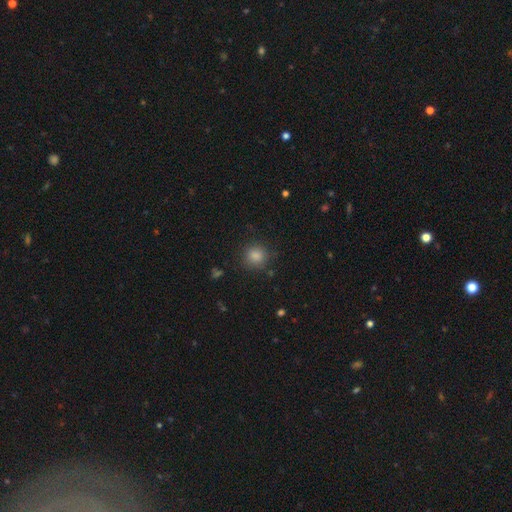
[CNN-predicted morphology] A smooth galaxy with no disk features (85%) that is round (87%).

Vote fractions:
- Smooth or featured? smooth: 85% / star or artifact: 11% / featured or disk: 4%
- How rounded? round: 87% / in between: 12% / cigar-shaped: 1%
- Merging? none: 85% / minor disturbance: 10% / major disturbance: 4% / merger: 2%